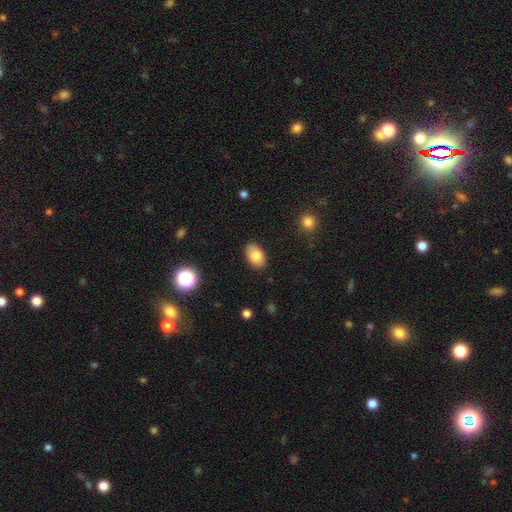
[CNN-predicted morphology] smooth-or-featured: smooth: 85% | star or artifact: 8% | featured or disk: 7%
  how-rounded: in between: 91% | round: 8% | cigar-shaped: 1%
  merging: none: 87% | minor disturbance: 10% | major disturbance: 2% | merger: 1%